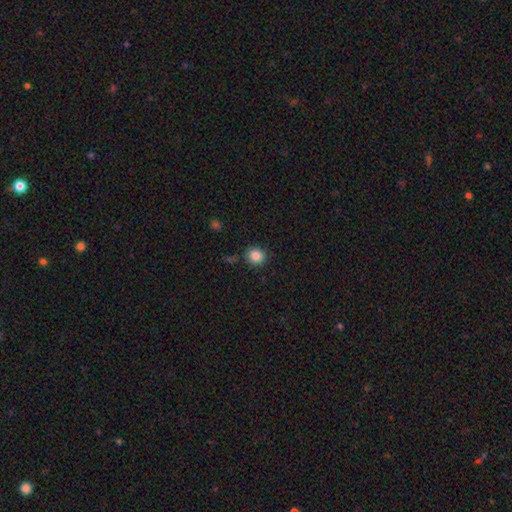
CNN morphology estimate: Smooth or featured? smooth (86%)
How rounded? round (86%)
Merging? none (84%)